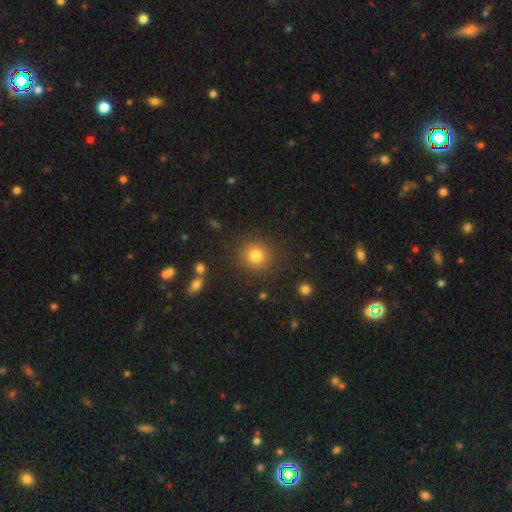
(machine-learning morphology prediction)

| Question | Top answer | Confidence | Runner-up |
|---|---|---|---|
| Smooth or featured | smooth | 80% | star or artifact (13%) |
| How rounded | round | 91% | in between (8%) |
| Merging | none | 88% | minor disturbance (7%) |